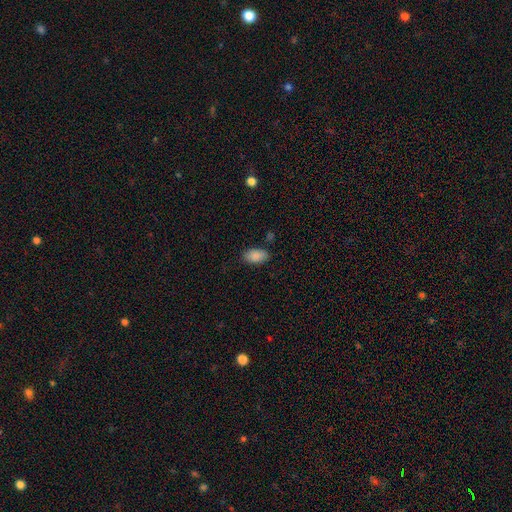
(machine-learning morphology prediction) Overall: smooth (88%). How rounded: in between (93%). Merging: none (81%).